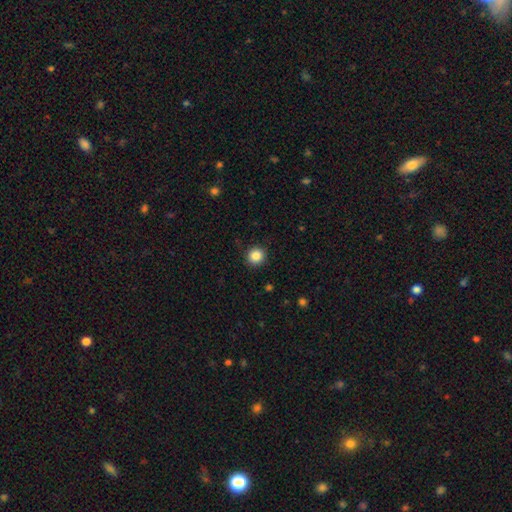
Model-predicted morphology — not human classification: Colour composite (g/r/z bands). It shows a smooth galaxy with no disk features (86%) that is round (92%). Merging: none (92%).